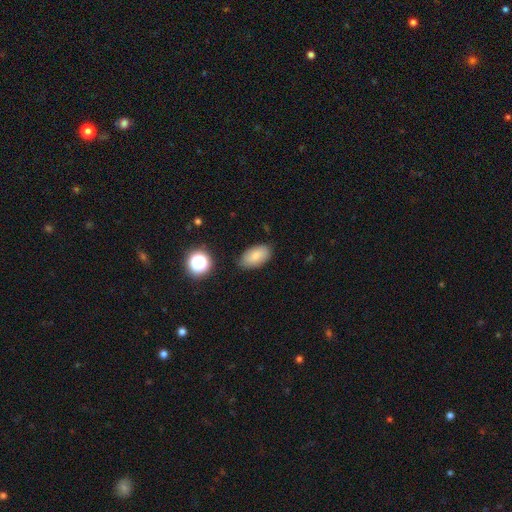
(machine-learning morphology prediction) A smooth galaxy with no disk features (80%) that is in between round and cigar-shaped (93%). Merging: none (79%).